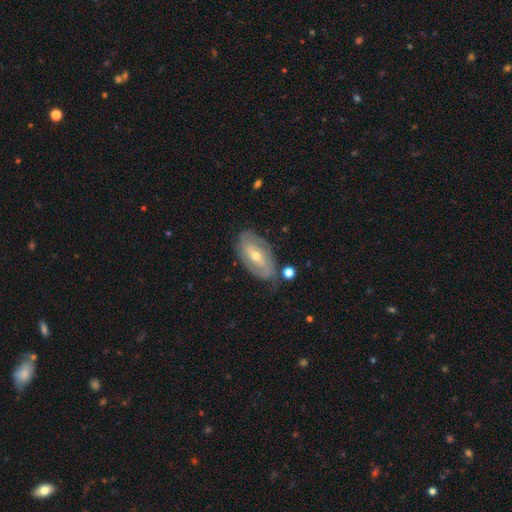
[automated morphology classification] Smooth or featured?
  - featured or disk: 77% *
  - smooth: 17%
  - star or artifact: 6%
Edge-on disk?
  - no: 93% *
  - yes: 7%
Bar?
  - weak: 41% *
  - no: 31%
  - strong: 28%
Spiral arms?
  - yes: 84% *
  - no: 16%
Spiral winding?
  - tight: 57% *
  - medium: 31%
  - loose: 12%
Spiral arm count?
  - 2: 56% *
  - can't tell: 28%
  - 3: 8%
  - 1: 4%
  - 4: 2%
  - more than 4: 2%
Bulge size?
  - small: 51% *
  - moderate: 46%
  - large: 1%
  - none: 1%
  - dominant: 1%
Merging?
  - none: 71% *
  - minor disturbance: 19%
  - major disturbance: 6%
  - merger: 4%